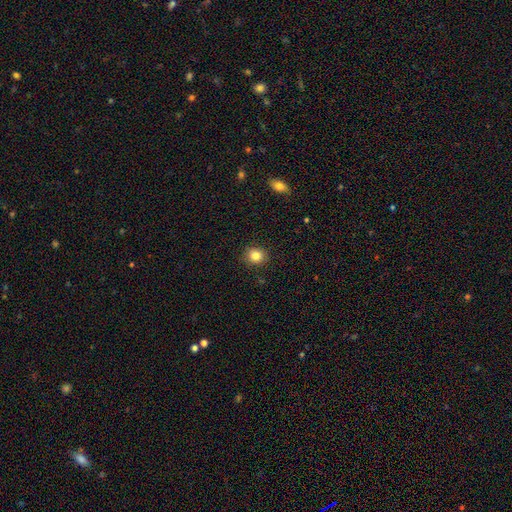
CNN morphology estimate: This is clearly a smooth galaxy (83%). How rounded: clearly round (85%). Merging: clearly none (90%).